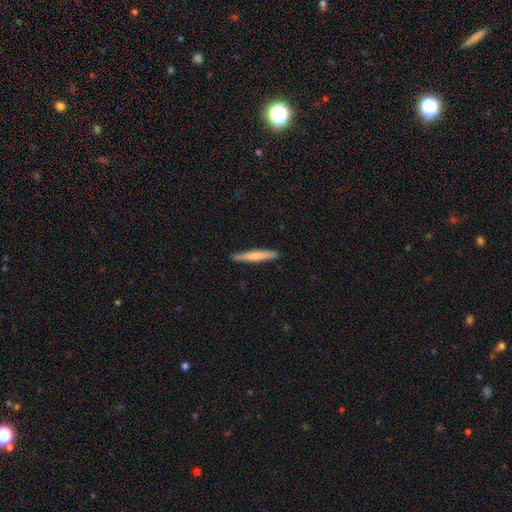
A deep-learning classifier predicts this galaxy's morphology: smooth_or_featured: smooth (p=0.67) [alt: featured or disk p=0.28]
how_rounded: cigar-shaped (p=0.95) [alt: in between p=0.04]
merging: none (p=0.90) [alt: minor disturbance p=0.08]